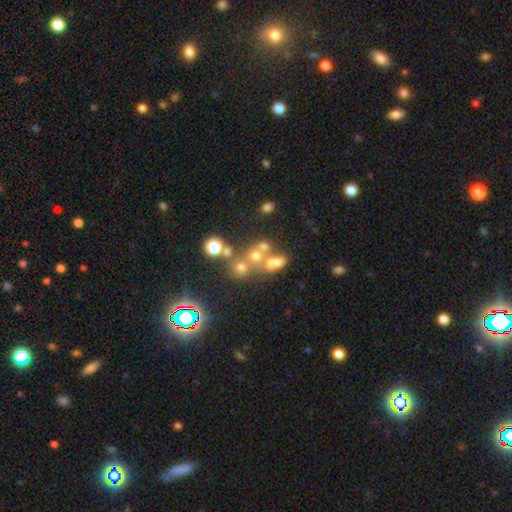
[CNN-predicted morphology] Smooth or featured: smooth — 55% (star or artifact — 24%)
How rounded: round — 71% (in between — 26%)
Merging: none — 42% (merger — 39%)